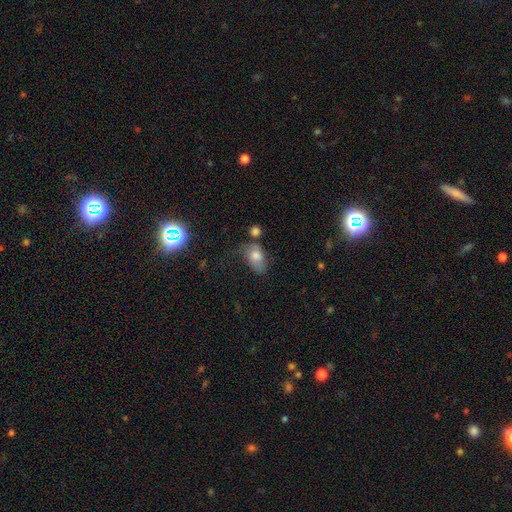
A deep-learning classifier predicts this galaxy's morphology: A smooth galaxy with no disk features (64%) that is in between round and cigar-shaped (84%). Merging: none (33%).